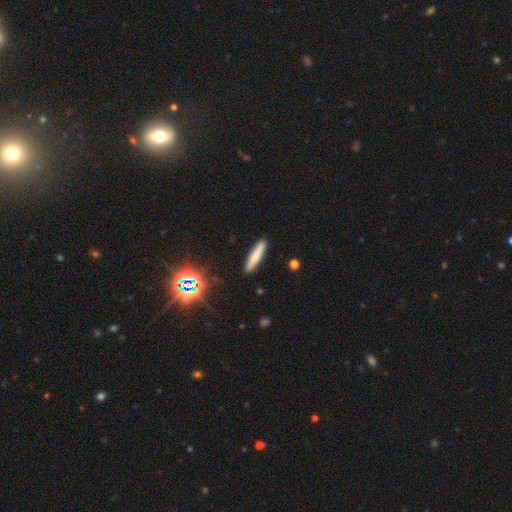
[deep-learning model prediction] Smooth or featured? smooth (74%)
How rounded? cigar-shaped (88%)
Merging? none (89%)